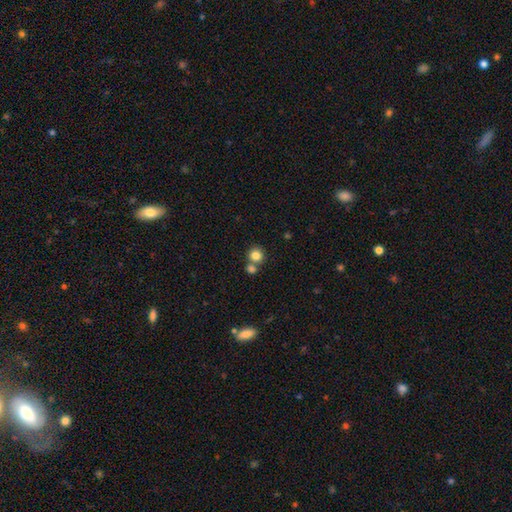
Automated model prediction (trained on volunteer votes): Q: Smooth or featured?
A: smooth (83%); runner-up: star or artifact (11%)
Q: How rounded?
A: round (89%); runner-up: in between (10%)
Q: Merging?
A: none (60%); runner-up: merger (30%)